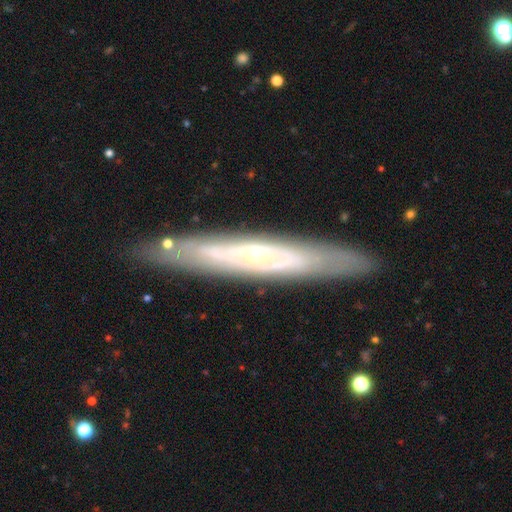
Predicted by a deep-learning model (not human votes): A featured or disk galaxy (75%) viewed edge-on (64%). Merging: none (85%).